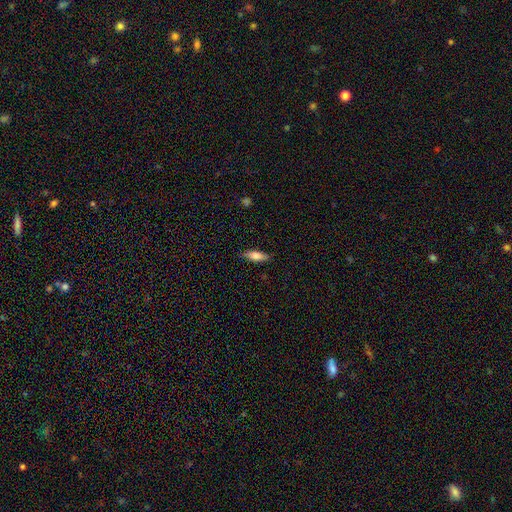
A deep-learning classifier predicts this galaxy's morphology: smooth-or-featured: smooth: 75% | featured or disk: 19% | star or artifact: 6%
  how-rounded: in between: 56% | cigar-shaped: 42% | round: 2%
  merging: none: 85% | minor disturbance: 12% | major disturbance: 2% | merger: 1%